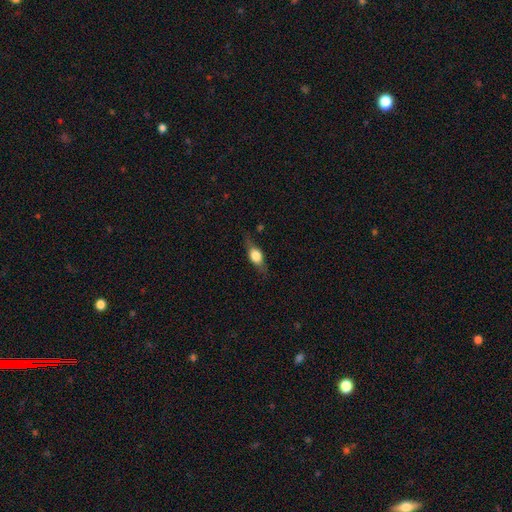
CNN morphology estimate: A smooth galaxy with no disk features (50%) that is in between round and cigar-shaped (62%). Merging: none (73%).